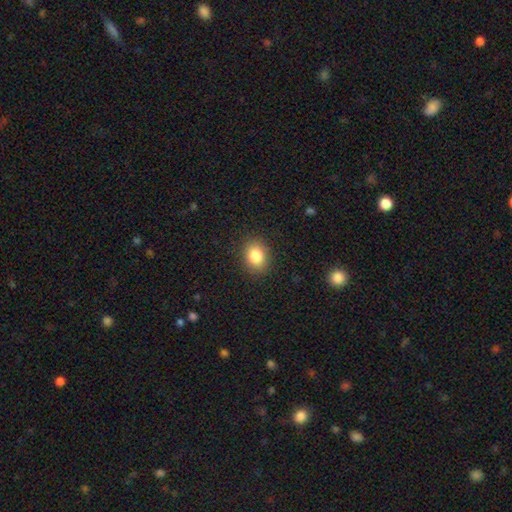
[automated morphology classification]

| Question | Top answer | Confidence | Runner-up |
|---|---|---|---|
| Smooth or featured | smooth | 85% | star or artifact (9%) |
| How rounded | in between | 52% | round (47%) |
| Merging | none | 88% | minor disturbance (8%) |